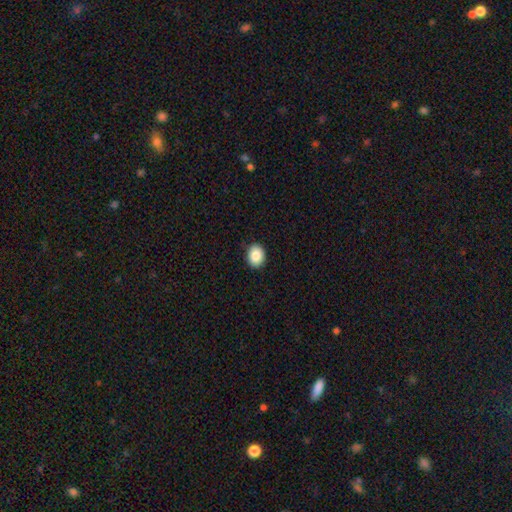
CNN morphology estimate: Smooth or featured? Predicted: smooth (p=0.86). How rounded? Predicted: round (p=0.50). Merging? Predicted: none (p=0.89).